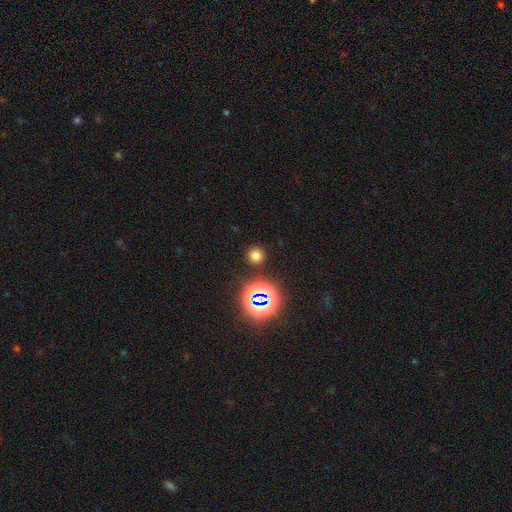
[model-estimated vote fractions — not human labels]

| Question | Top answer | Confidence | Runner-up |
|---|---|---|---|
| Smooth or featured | smooth | 69% | star or artifact (25%) |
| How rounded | round | 93% | in between (6%) |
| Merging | none | 89% | minor disturbance (6%) |